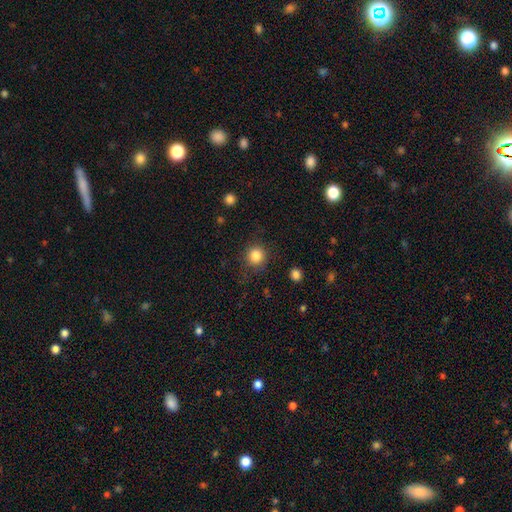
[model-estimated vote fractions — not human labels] Morphology: type=smooth (84%); roundness=round (91%); merging=none (85%).